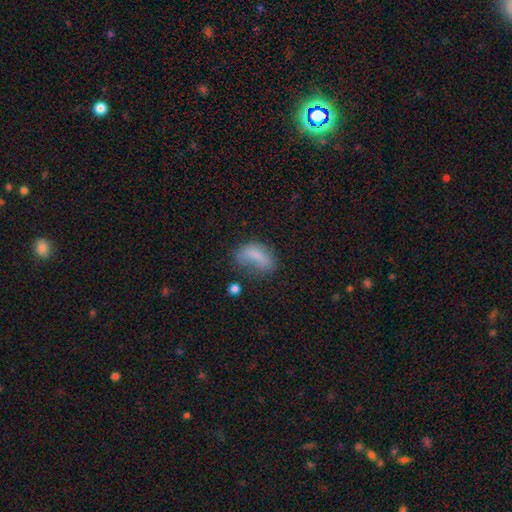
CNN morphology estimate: A smooth galaxy with no disk features (74%) that is in between round and cigar-shaped (86%).

Vote fractions:
- Smooth or featured? smooth: 74% / featured or disk: 16% / star or artifact: 10%
- How rounded? in between: 86% / round: 8% / cigar-shaped: 5%
- Merging? none: 33% / major disturbance: 30% / minor disturbance: 30% / merger: 7%